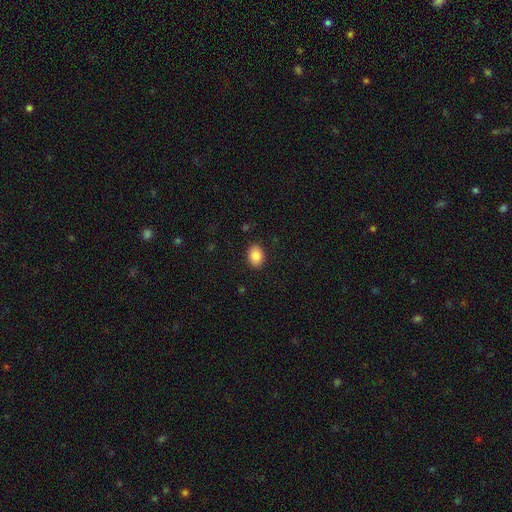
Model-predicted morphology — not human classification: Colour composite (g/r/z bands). It shows a smooth galaxy with no disk features (86%) that is in between round and cigar-shaped (78%). Merging: none (89%).